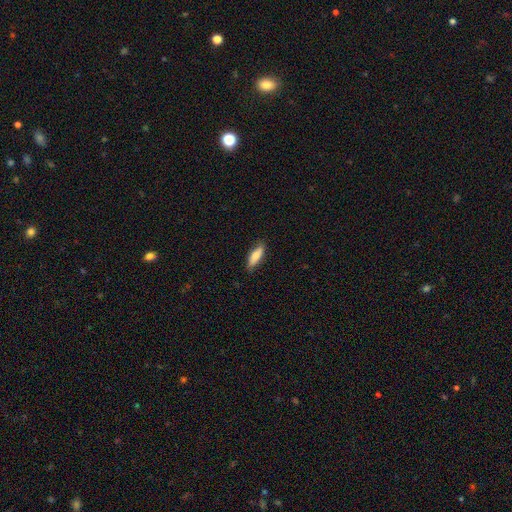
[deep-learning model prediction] This appears to be a smooth galaxy with no disk features (74%) that is in between round and cigar-shaped (53%). Merging: none (82%).